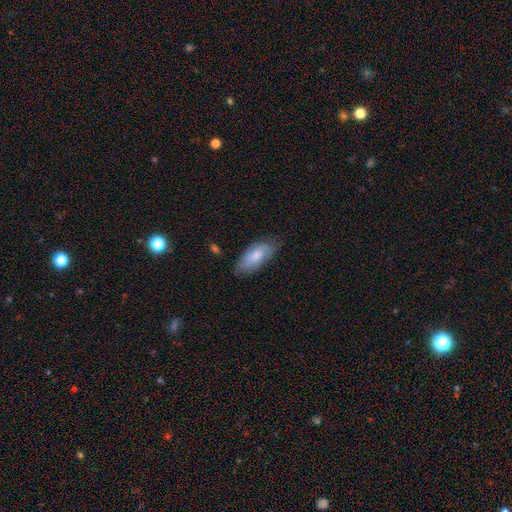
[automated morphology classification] Smooth or featured: smooth — 69% (featured or disk — 26%)
How rounded: in between — 87% (cigar-shaped — 11%)
Merging: none — 72% (minor disturbance — 22%)